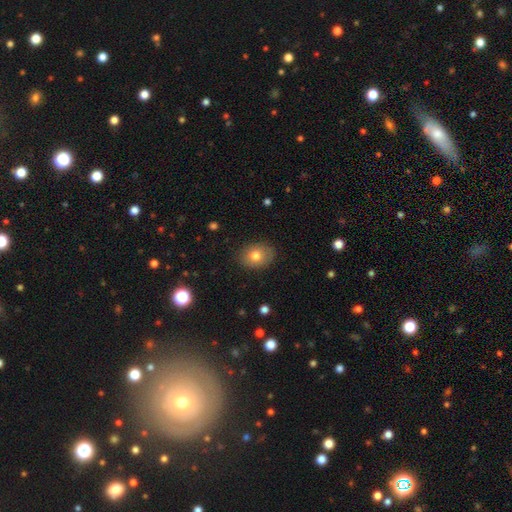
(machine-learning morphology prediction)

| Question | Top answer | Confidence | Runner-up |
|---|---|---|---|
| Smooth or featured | smooth | 77% | featured or disk (14%) |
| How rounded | in between | 61% | round (38%) |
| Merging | none | 85% | minor disturbance (11%) |